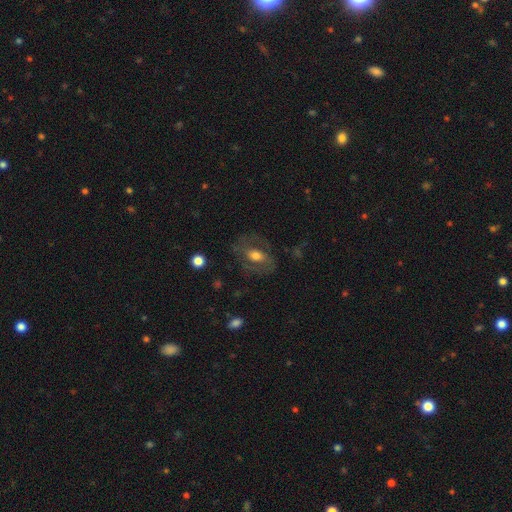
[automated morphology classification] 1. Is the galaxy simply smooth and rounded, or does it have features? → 47% featured or disk, 44% smooth, 8% star or artifact.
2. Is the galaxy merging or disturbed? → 66% none, 17% minor disturbance, 15% major disturbance, 2% merger.